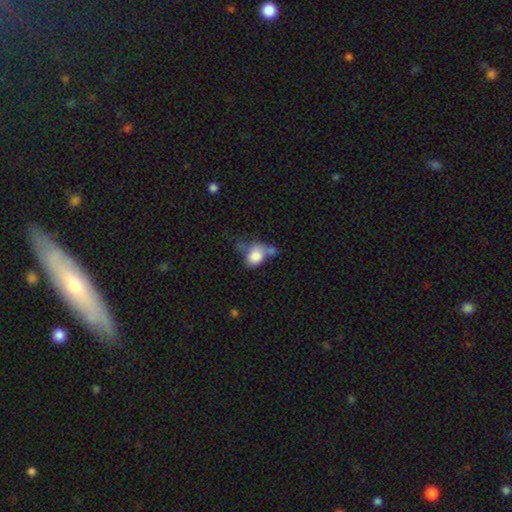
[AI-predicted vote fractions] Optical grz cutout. It shows a smooth galaxy with no disk features (79%) that is in between round and cigar-shaped (56%). Merging: merger (38%).